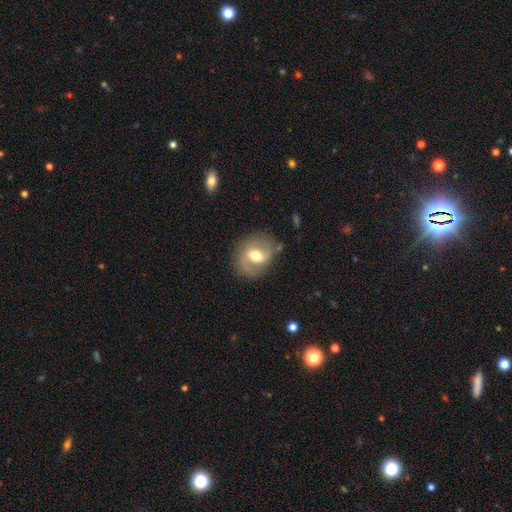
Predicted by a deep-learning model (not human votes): A featured or disk galaxy (51%).

Vote fractions:
- Smooth or featured? featured or disk: 51% / smooth: 41% / star or artifact: 7%
- Edge-on disk? no: 95% / yes: 5%
- Merging? none: 72% / minor disturbance: 18% / major disturbance: 7% / merger: 3%